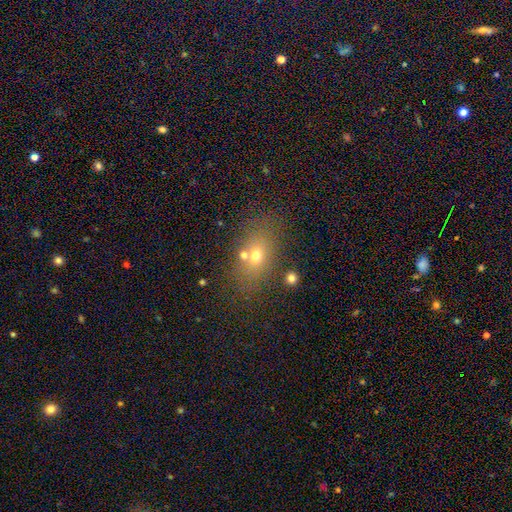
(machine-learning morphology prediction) Q: Smooth or featured?
A: smooth (62%); runner-up: featured or disk (21%)
Q: How rounded?
A: in between (71%); runner-up: round (25%)
Q: Merging?
A: none (67%); runner-up: merger (16%)